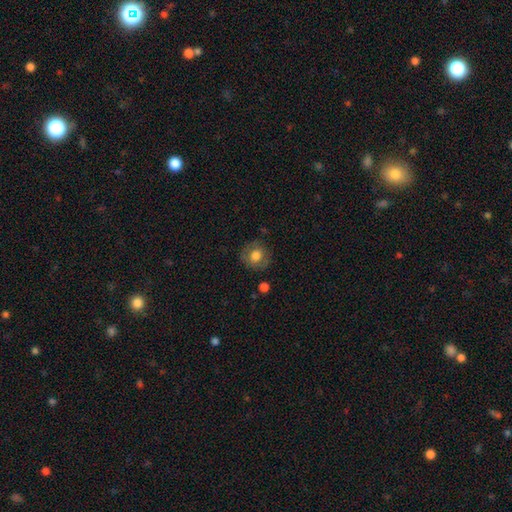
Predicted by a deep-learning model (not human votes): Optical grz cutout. It shows a smooth galaxy with no disk features (70%) that is round (87%). Merging: none (81%).